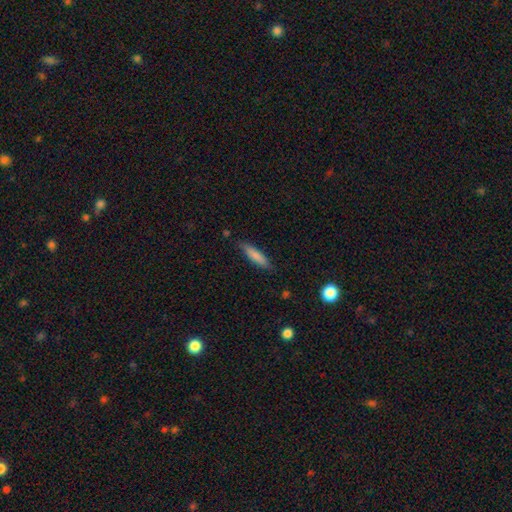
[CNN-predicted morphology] The model was most divided on "how rounded": cigar-shaped: 80%, in between: 19%, round: 1%. More confident: merging — none (84%); smooth or featured — smooth (81%).